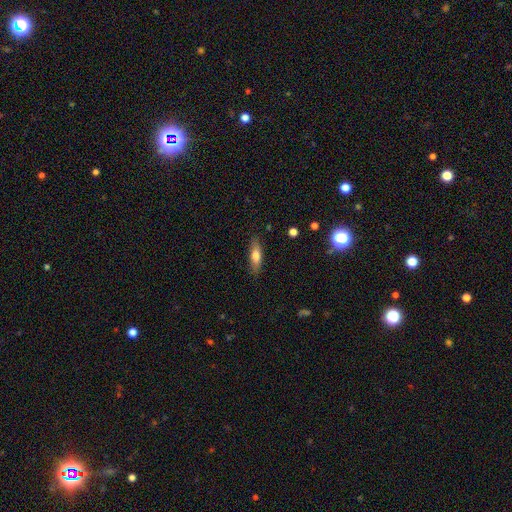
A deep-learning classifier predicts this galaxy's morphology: type=smooth (71%); roundness=cigar-shaped (52%); merging=none (85%).